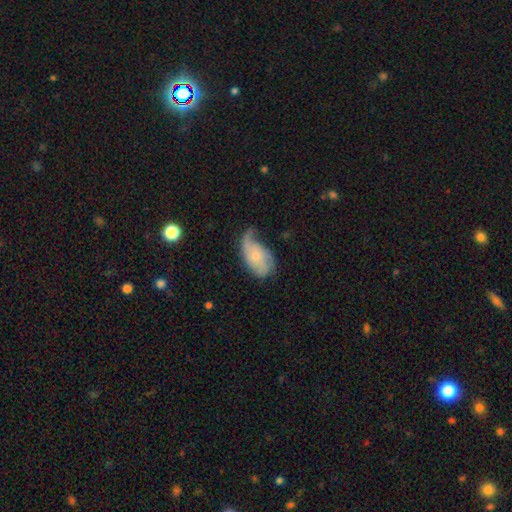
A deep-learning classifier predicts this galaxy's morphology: featured or disk 54%, smooth 39%, star or artifact 6%. Down the decision tree: edge-on disk — no (95%); bar — no (77%); spiral arms — yes (81%); bulge size — small (62%); merging — minor disturbance (37%).